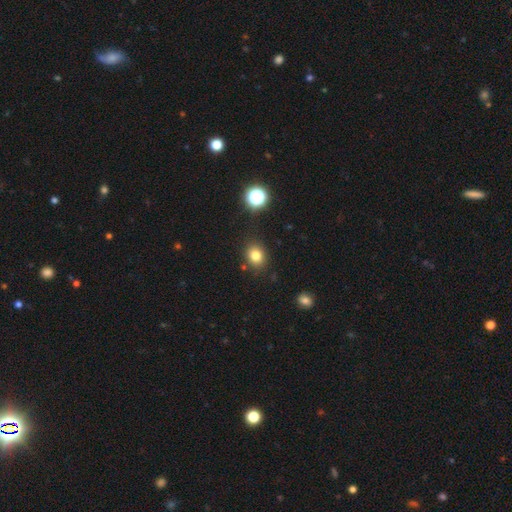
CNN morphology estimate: Smooth or featured?
  - smooth: 80% *
  - star or artifact: 14%
  - featured or disk: 6%
How rounded?
  - round: 61% *
  - in between: 38%
  - cigar-shaped: 1%
Merging?
  - none: 85% *
  - minor disturbance: 9%
  - merger: 3%
  - major disturbance: 3%